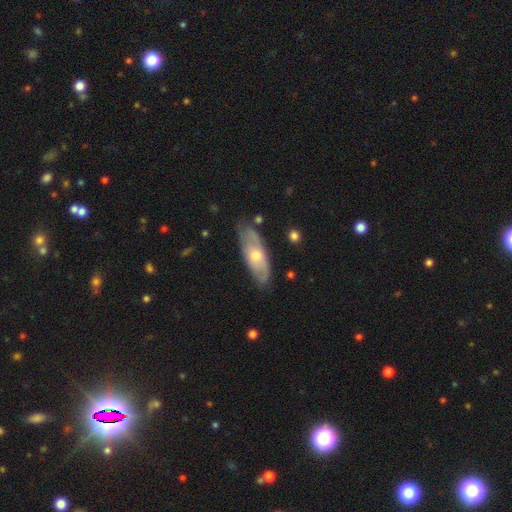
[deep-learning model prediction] smooth-or-featured: featured or disk: 56% | smooth: 38% | star or artifact: 6%
  disk-edge-on: no: 74% | yes: 26%
  merging: none: 76% | minor disturbance: 19% | major disturbance: 4% | merger: 2%